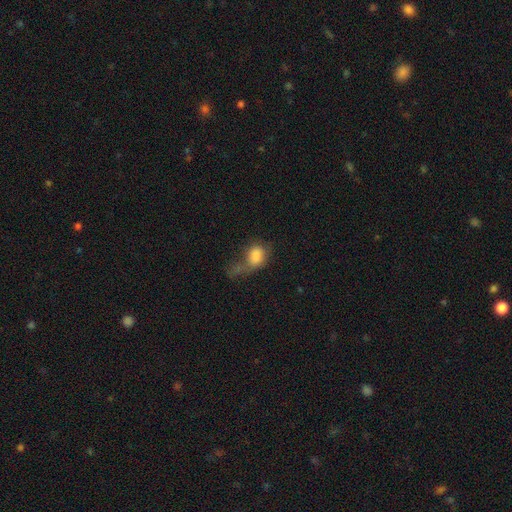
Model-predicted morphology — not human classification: A smooth galaxy with no disk features (77%) that is in between round and cigar-shaped (70%). Merging: major disturbance (41%).